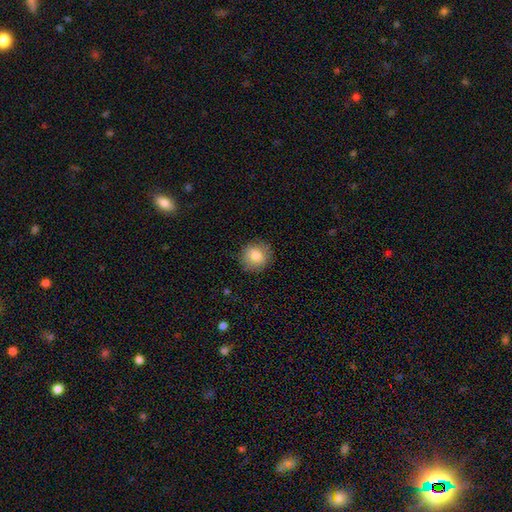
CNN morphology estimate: Smooth or featured? Predicted: smooth (p=0.83). How rounded? Predicted: round (p=0.89). Merging? Predicted: none (p=0.86).